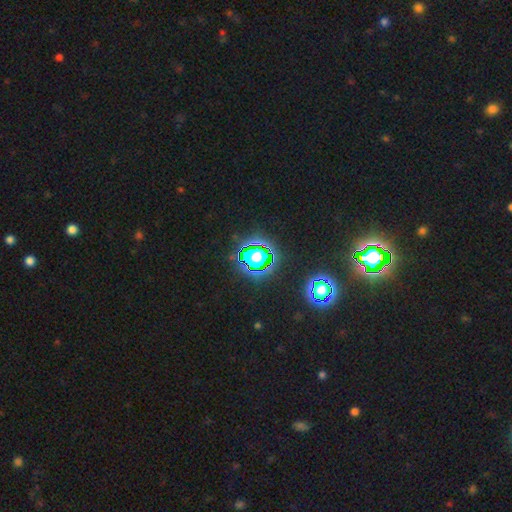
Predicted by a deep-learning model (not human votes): This is likely a star or artifact rather than a galaxy (64%).